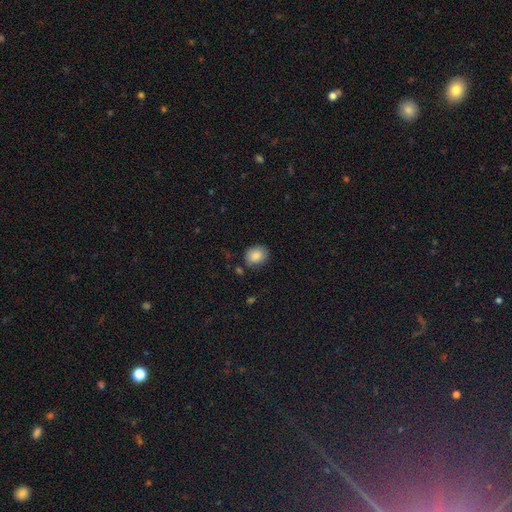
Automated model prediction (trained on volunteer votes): Smooth or featured? Predicted: smooth (p=0.85). How rounded? Predicted: round (p=0.50). Merging? Predicted: none (p=0.78).